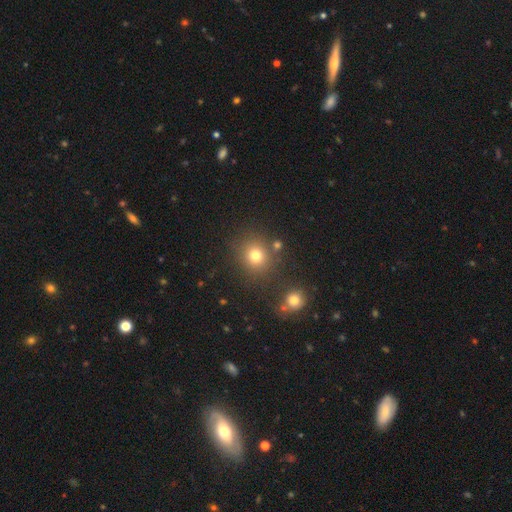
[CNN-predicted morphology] Overall: smooth (76%). How rounded: round (86%). Merging: none (80%).